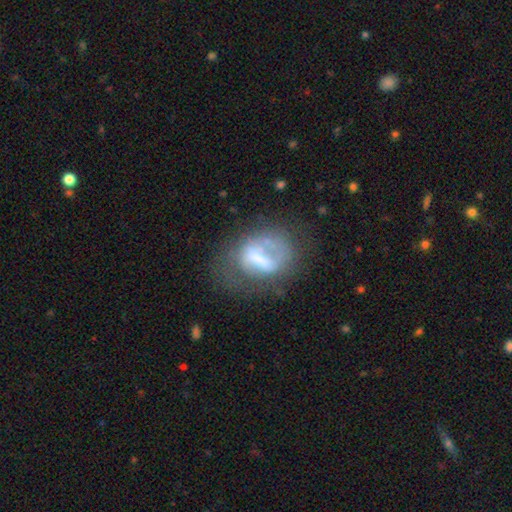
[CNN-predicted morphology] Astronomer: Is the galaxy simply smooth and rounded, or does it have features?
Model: featured or disk — 52% (runner-up: smooth, 37%).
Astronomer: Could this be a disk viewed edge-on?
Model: no — 94%.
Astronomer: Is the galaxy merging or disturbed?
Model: none — 41% (runner-up: major disturbance, 30%).